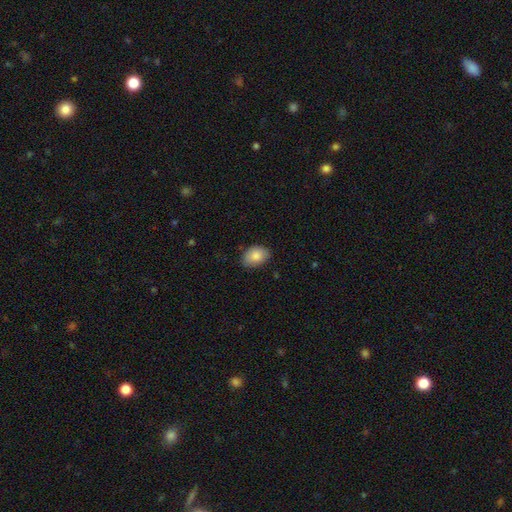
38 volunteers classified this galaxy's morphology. This appears to be a smooth galaxy with no disk features (84%) that is in between round and cigar-shaped (84%). Merging: none (81%).